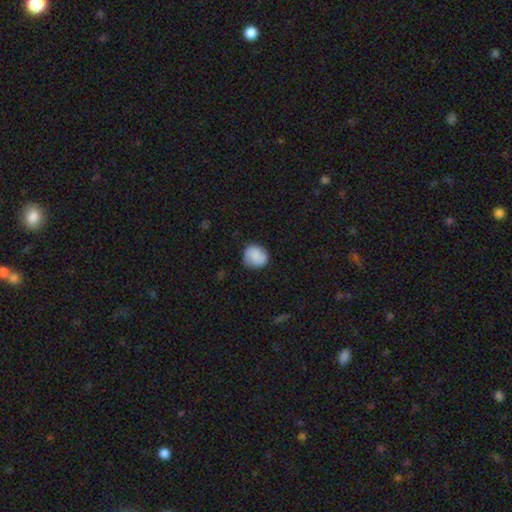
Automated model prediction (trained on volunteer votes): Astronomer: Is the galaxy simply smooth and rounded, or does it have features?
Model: smooth — 69%.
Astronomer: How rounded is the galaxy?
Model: round — 83%.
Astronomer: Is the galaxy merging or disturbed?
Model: none — 81%.